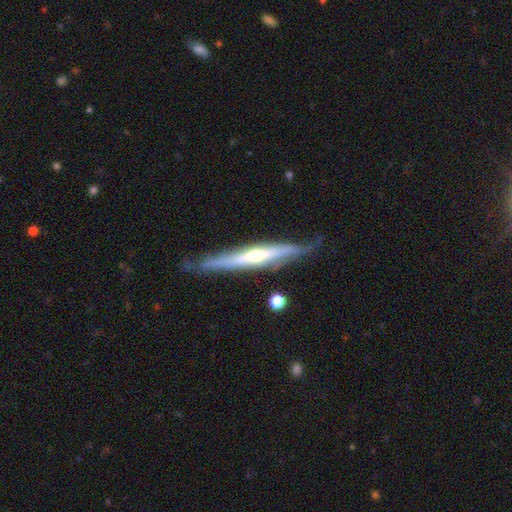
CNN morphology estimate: type=featured or disk (74%); edge-on=yes (91%); edge-on bulge=rounded (68%); merging=none (74%).